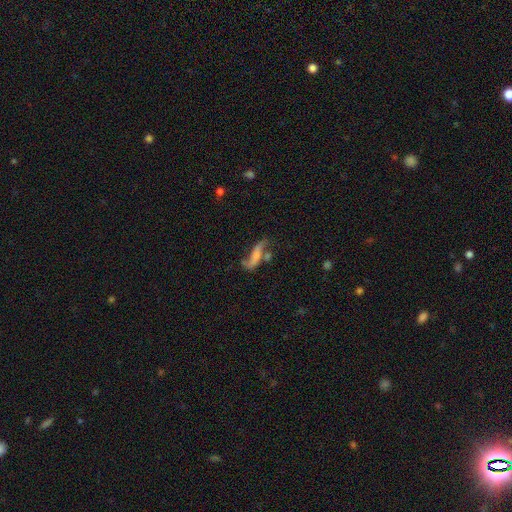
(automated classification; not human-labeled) Overall: featured or disk (52%; smooth 37%). Edge-on disk: no (80%). Merging: none (35%; merger 22%).